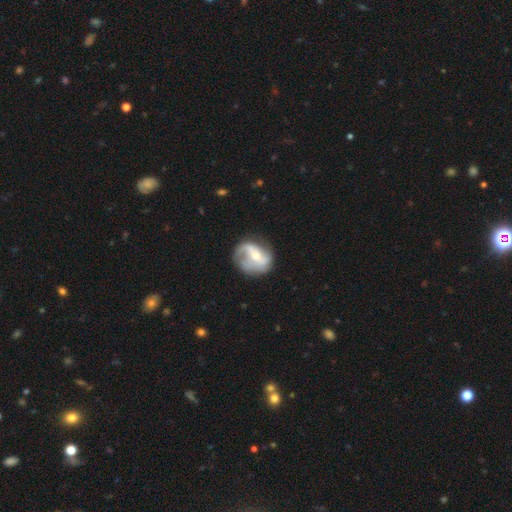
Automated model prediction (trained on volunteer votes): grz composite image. It shows a featured or disk galaxy (74%) with no bar (39%), 2 (59%) loose (49%) spiral arms (82%) and a moderate central bulge (54%). Merging: none (57%).